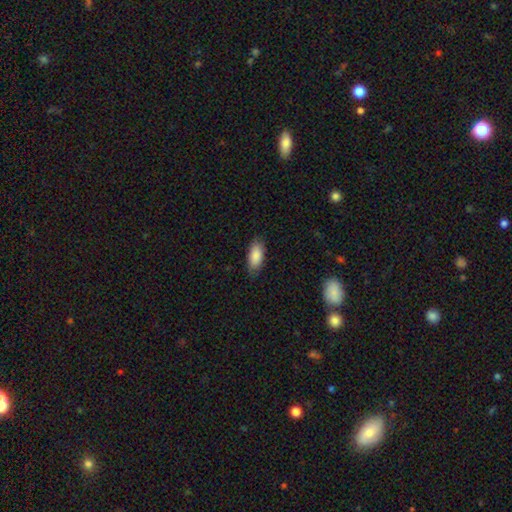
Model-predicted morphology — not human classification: smooth_or_featured: smooth (p=0.86) [alt: featured or disk p=0.08]
how_rounded: in between (p=0.89) [alt: cigar-shaped p=0.09]
merging: none (p=0.81) [alt: minor disturbance p=0.15]